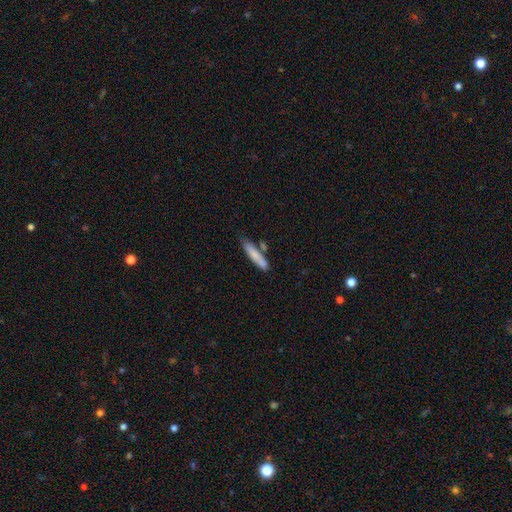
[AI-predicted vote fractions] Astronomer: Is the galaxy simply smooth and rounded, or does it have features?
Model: smooth — 77%.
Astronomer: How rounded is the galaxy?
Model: cigar-shaped — 84%.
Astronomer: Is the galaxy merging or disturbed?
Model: none — 67%.